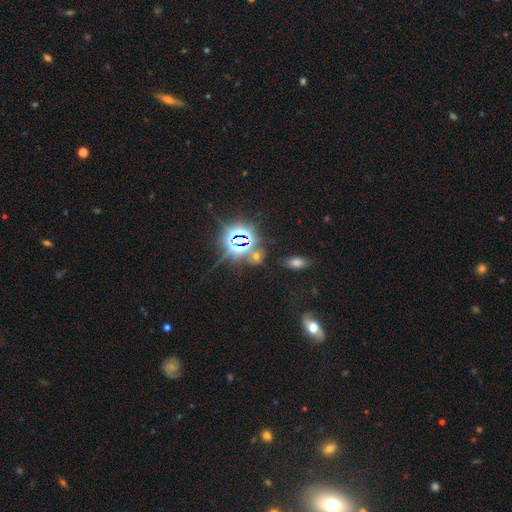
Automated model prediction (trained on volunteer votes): smooth-or-featured: star or artifact: 64% | smooth: 28% | featured or disk: 8%